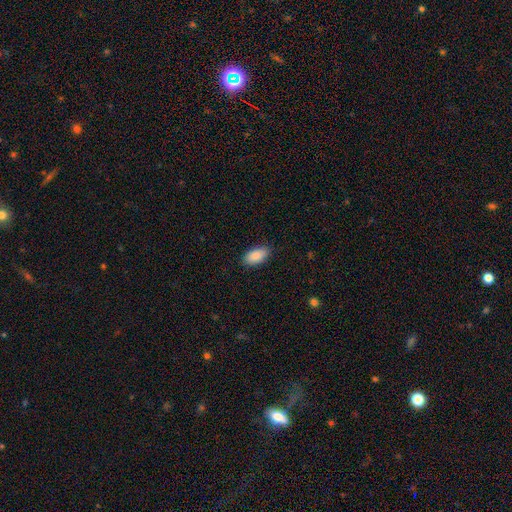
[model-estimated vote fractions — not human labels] smooth-or-featured: smooth: 88% | star or artifact: 7% | featured or disk: 6%
  how-rounded: in between: 94% | round: 3% | cigar-shaped: 3%
  merging: none: 88% | minor disturbance: 9% | major disturbance: 2% | merger: 1%